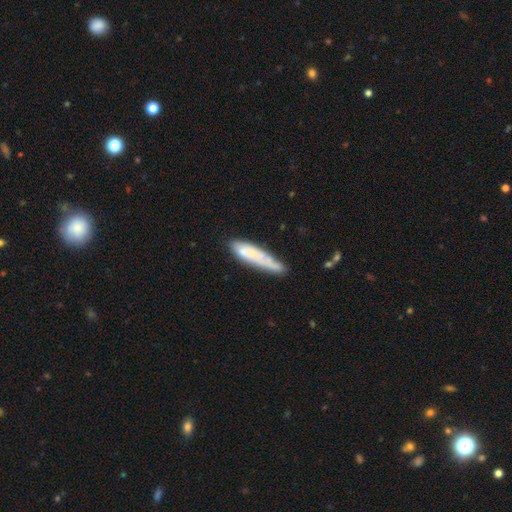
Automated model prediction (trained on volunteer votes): Q: Smooth or featured?
A: smooth (60%); runner-up: featured or disk (33%)
Q: How rounded?
A: cigar-shaped (78%); runner-up: in between (20%)
Q: Merging?
A: none (55%); runner-up: minor disturbance (29%)